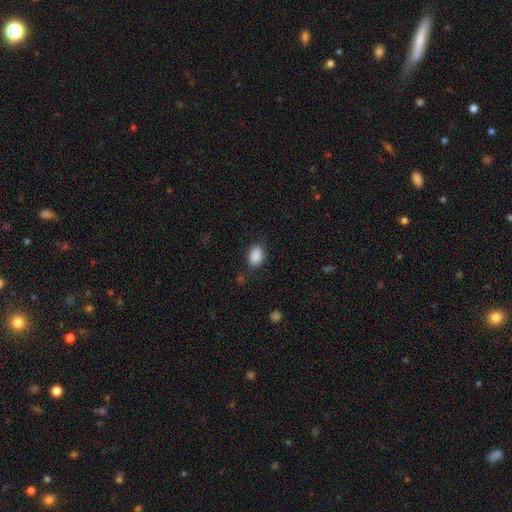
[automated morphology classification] smooth 89%, star or artifact 8%, featured or disk 3%. Down the decision tree: how rounded — in between (79%); merging — none (80%).